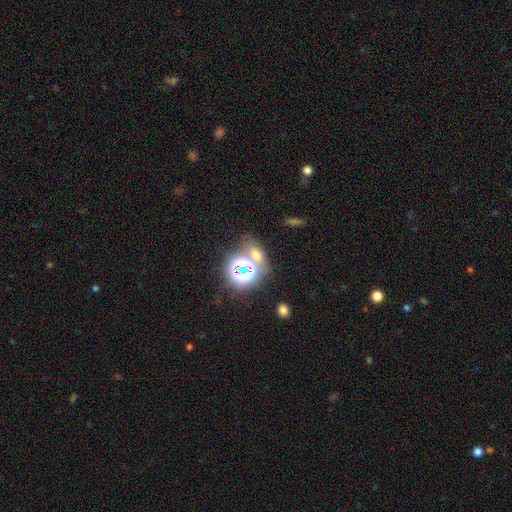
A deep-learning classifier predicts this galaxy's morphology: Smooth or featured?
  - smooth: 49% *
  - star or artifact: 39%
  - featured or disk: 12%
Merging?
  - none: 58% *
  - merger: 27%
  - minor disturbance: 10%
  - major disturbance: 5%